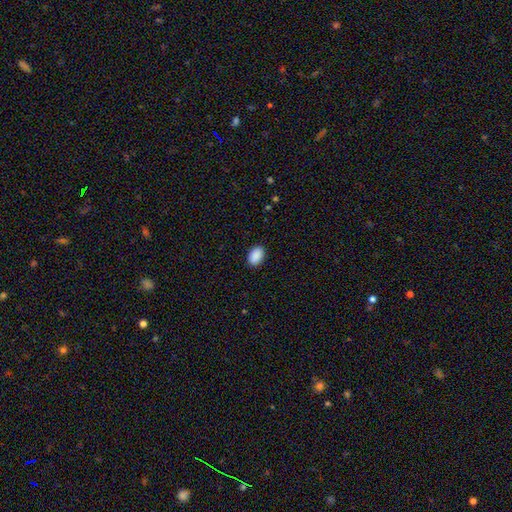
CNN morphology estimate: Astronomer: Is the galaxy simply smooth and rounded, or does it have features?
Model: smooth — 91%.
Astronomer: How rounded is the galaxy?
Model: in between — 86%.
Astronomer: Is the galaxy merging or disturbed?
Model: none — 90%.